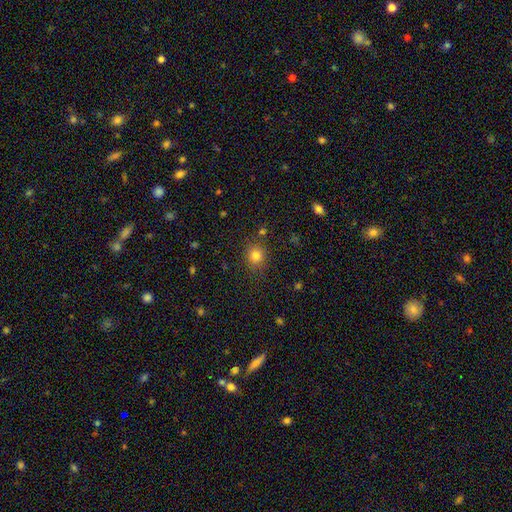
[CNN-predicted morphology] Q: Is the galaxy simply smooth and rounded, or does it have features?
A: smooth — 81%.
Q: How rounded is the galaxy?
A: round — 79%.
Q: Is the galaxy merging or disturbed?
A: none — 82%.